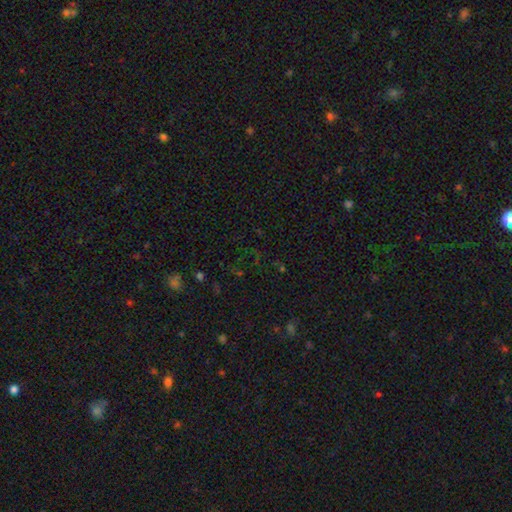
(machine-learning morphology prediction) smooth_or_featured: star or artifact (p=0.71) [alt: smooth p=0.18]